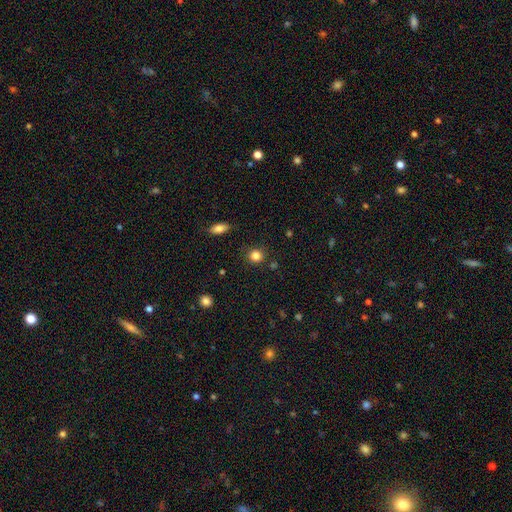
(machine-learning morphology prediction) Smooth or featured?
  - smooth: 84% *
  - star or artifact: 11%
  - featured or disk: 5%
How rounded?
  - round: 86% *
  - in between: 13%
  - cigar-shaped: 1%
Merging?
  - none: 86% *
  - minor disturbance: 9%
  - major disturbance: 3%
  - merger: 2%